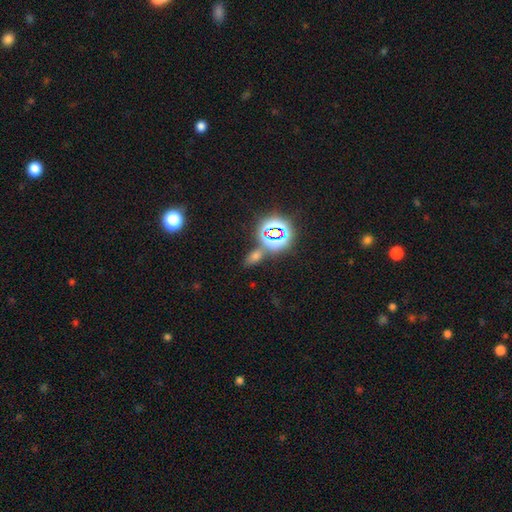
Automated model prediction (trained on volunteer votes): Smooth or featured?
  - smooth: 47% *
  - star or artifact: 45%
  - featured or disk: 8%
Merging?
  - none: 69% *
  - merger: 14%
  - minor disturbance: 12%
  - major disturbance: 6%